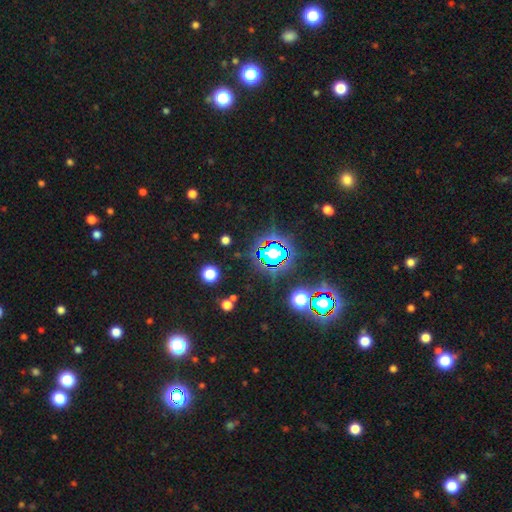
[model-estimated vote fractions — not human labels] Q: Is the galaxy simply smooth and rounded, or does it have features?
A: star or artifact — 81%.